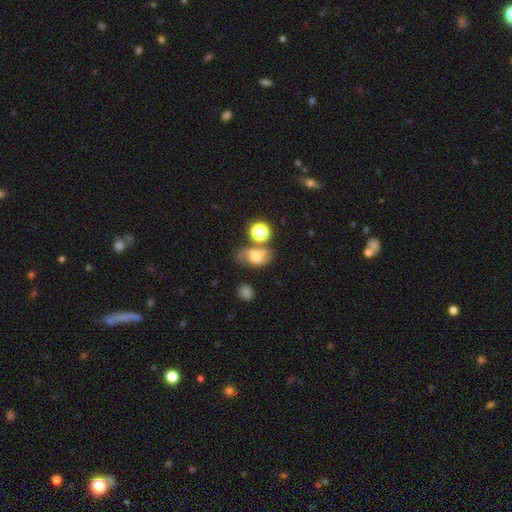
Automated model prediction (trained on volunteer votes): The model was most divided on "smooth or featured": smooth: 48%, featured or disk: 35%, star or artifact: 17%. Remaining: merging — none (46%).